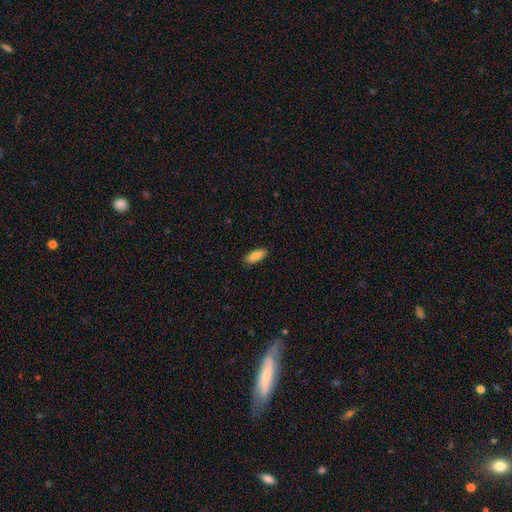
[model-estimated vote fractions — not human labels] The model was most divided on "how rounded": in between: 78%, cigar-shaped: 20%, round: 2%. More confident: merging — none (89%); smooth or featured — smooth (83%).